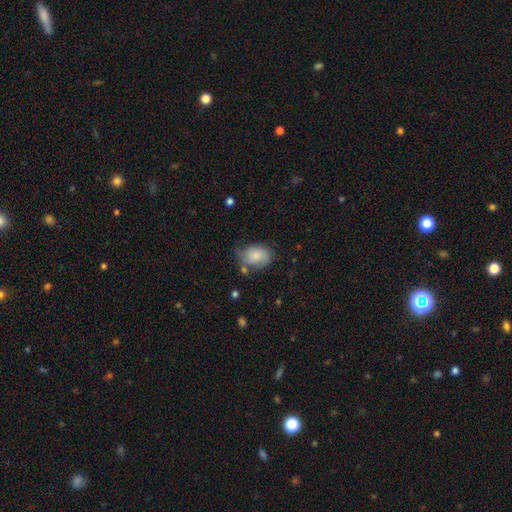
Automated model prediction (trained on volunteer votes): Smooth or featured? smooth (73%)
How rounded? in between (71%)
Merging? none (54%)